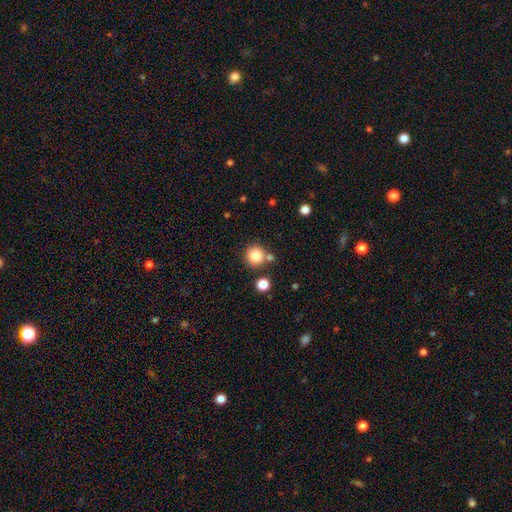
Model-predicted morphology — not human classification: Smooth or featured? Predicted: smooth (p=0.83). How rounded? Predicted: round (p=0.94). Merging? Predicted: none (p=0.72).